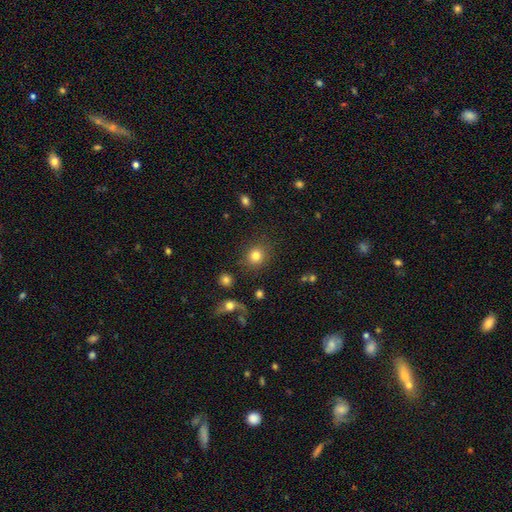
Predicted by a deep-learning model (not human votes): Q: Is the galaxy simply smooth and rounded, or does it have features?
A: smooth — 81%.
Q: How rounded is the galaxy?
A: round — 82%.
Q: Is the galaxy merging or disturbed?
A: none — 85%.